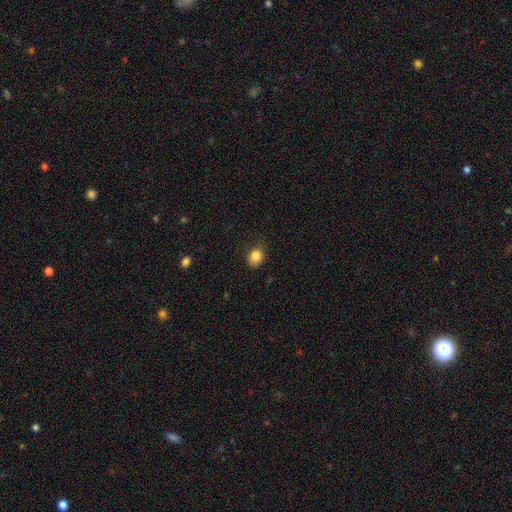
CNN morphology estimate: Smooth or featured: smooth — 84% (star or artifact — 10%)
How rounded: in between — 50% (round — 49%)
Merging: none — 68% (minor disturbance — 25%)